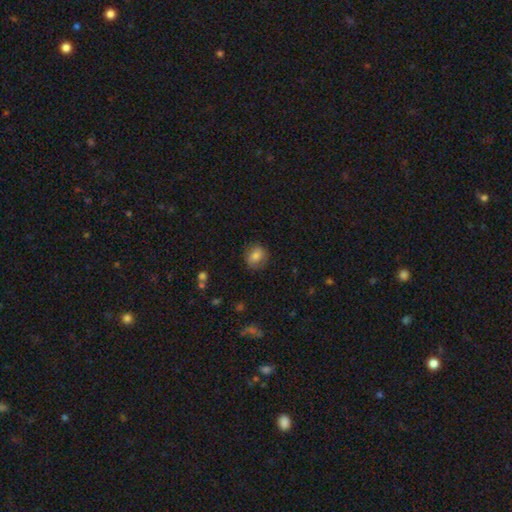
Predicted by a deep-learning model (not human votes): Morphology: type=smooth (76%); roundness=round (76%); merging=none (79%).